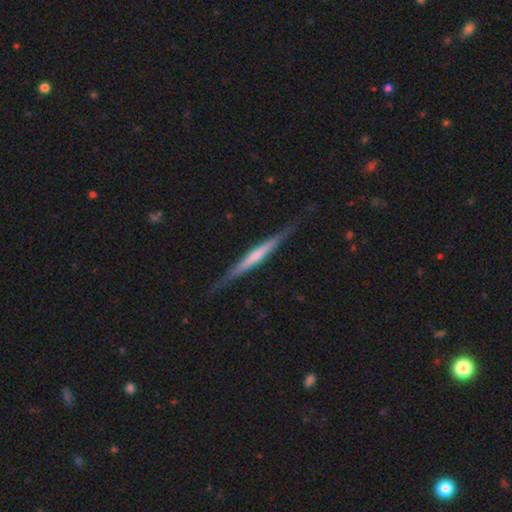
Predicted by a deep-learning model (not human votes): Morphology: type=featured or disk (63%); edge-on=yes (97%); edge-on bulge=none (60%); merging=none (86%).